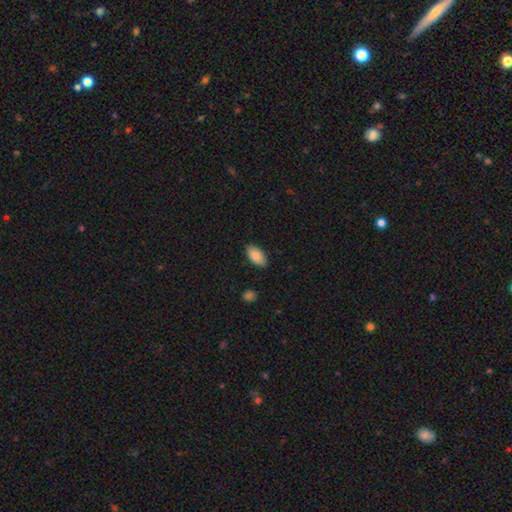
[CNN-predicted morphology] A smooth galaxy with no disk features (87%) that is in between round and cigar-shaped (95%). Merging: none (85%).